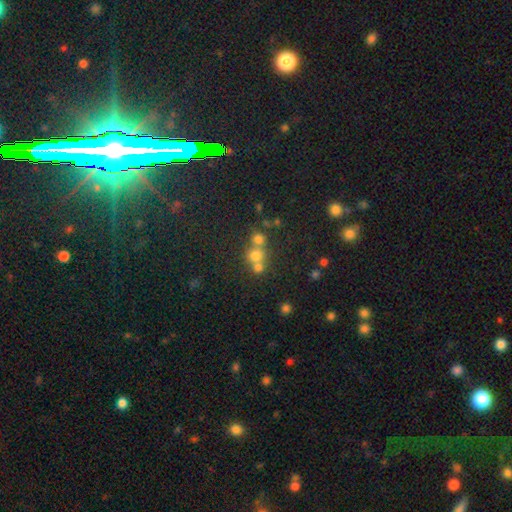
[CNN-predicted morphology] Smooth or featured? smooth (67%)
How rounded? round (87%)
Merging? merger (49%)